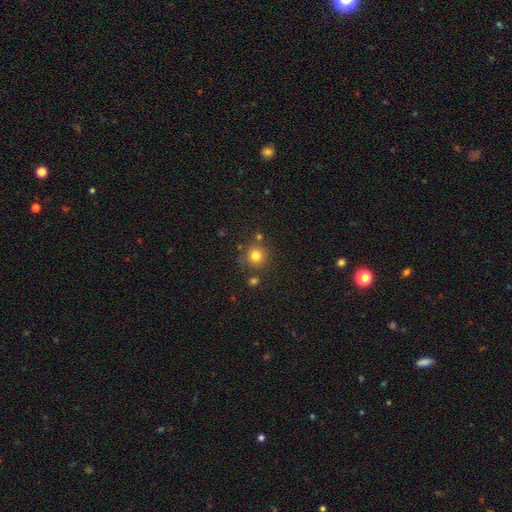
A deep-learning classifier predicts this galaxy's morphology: This appears to be a smooth galaxy with no disk features (79%) that is round (93%). Merging: none (79%).